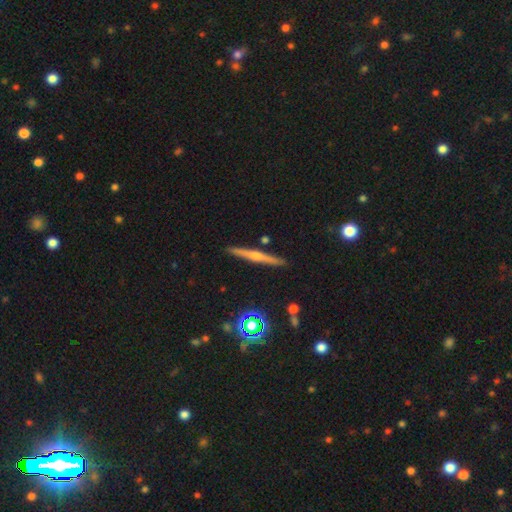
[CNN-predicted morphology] Smooth or featured? featured or disk (71%)
Edge-on disk? yes (98%)
Edge-on bulge? rounded (80%)
Merging? none (91%)